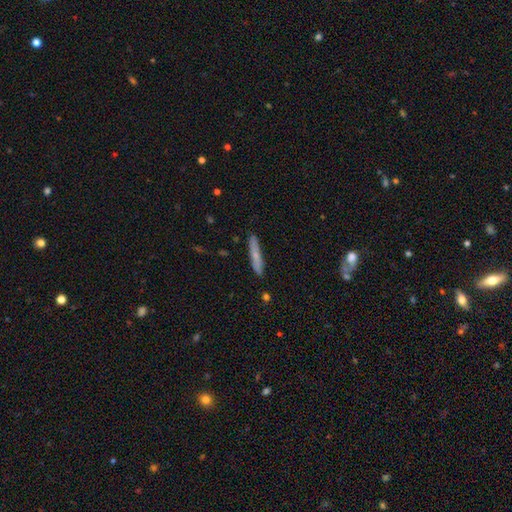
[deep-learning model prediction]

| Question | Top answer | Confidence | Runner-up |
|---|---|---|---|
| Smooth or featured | smooth | 60% | featured or disk (33%) |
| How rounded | cigar-shaped | 92% | in between (6%) |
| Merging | none | 87% | minor disturbance (10%) |